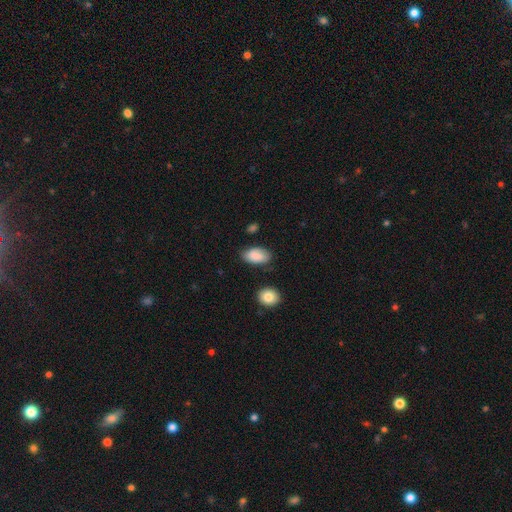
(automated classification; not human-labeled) smooth_or_featured: smooth (p=0.86) [alt: featured or disk p=0.07]
how_rounded: in between (p=0.94) [alt: round p=0.04]
merging: none (p=0.74) [alt: minor disturbance p=0.19]